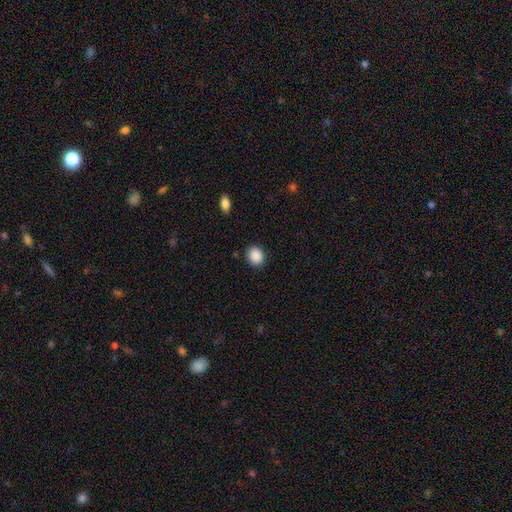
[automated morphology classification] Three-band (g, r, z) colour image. It shows a smooth galaxy with no disk features (89%) that is round (62%). Merging: none (89%).